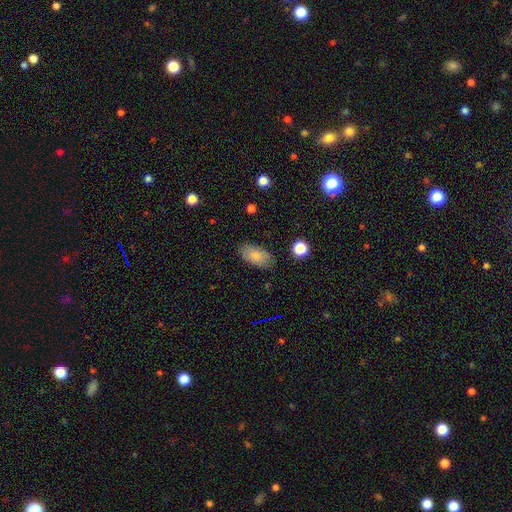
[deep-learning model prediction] A smooth galaxy with no disk features (82%) that is in between round and cigar-shaped (93%).

Vote fractions:
- Smooth or featured? smooth: 82% / featured or disk: 11% / star or artifact: 8%
- How rounded? in between: 93% / round: 4% / cigar-shaped: 3%
- Merging? none: 81% / minor disturbance: 14% / major disturbance: 3% / merger: 2%